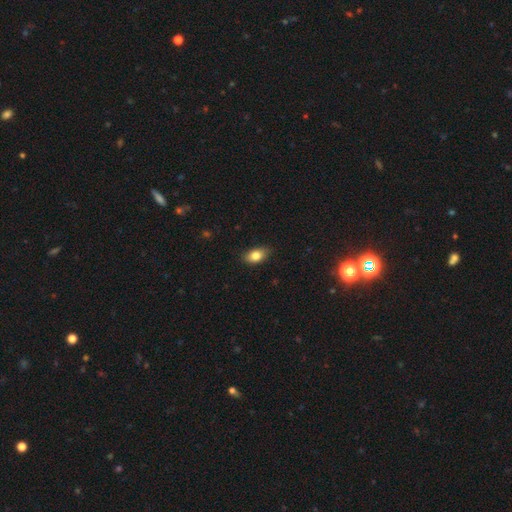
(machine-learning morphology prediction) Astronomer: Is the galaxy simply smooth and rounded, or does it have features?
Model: smooth — 81%.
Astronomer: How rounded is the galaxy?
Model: in between — 85%.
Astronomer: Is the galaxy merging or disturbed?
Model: none — 82%.